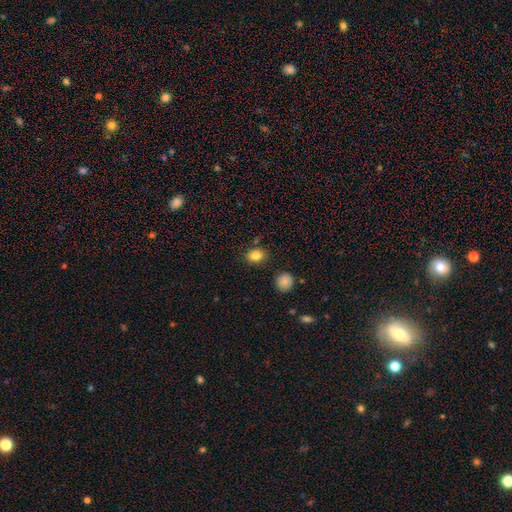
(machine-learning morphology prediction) Smooth or featured? Predicted: smooth (p=0.83). How rounded? Predicted: in between (p=0.55). Merging? Predicted: none (p=0.84).